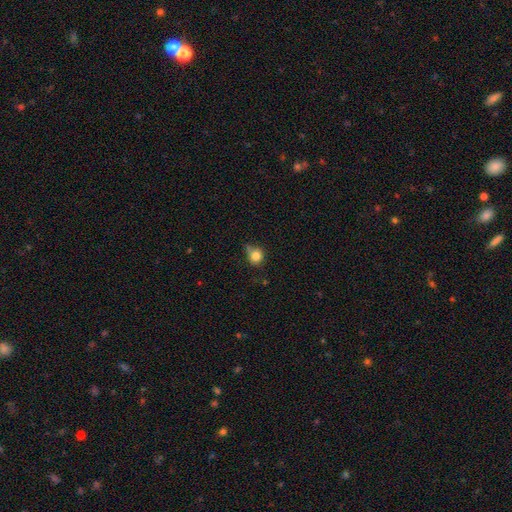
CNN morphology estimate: smooth 82%, star or artifact 11%, featured or disk 7%. Down the decision tree: how rounded — round (84%); merging — none (57%).